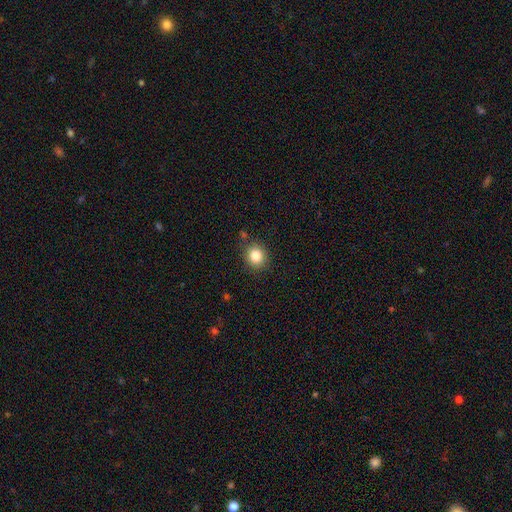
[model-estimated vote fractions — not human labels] The model was most divided on "how rounded": round: 76%, in between: 23%, cigar-shaped: 1%. More confident: merging — none (86%); smooth or featured — smooth (84%).